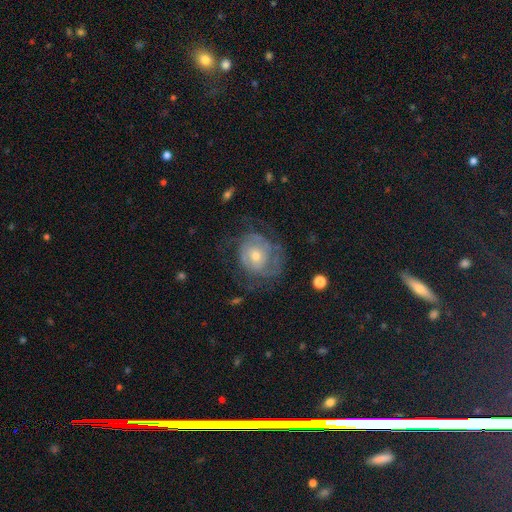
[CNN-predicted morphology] Smooth or featured: featured or disk — 74% (smooth — 19%)
Edge-on disk: no — 97% (yes — 3%)
Bar: no — 78% (weak — 19%)
Spiral arms: yes — 84% (no — 16%)
Spiral winding: tight — 59% (medium — 30%)
Spiral arm count: can't tell — 40% (2 — 28%)
Bulge size: small — 50% (moderate — 45%)
Merging: none — 57% (minor disturbance — 21%)